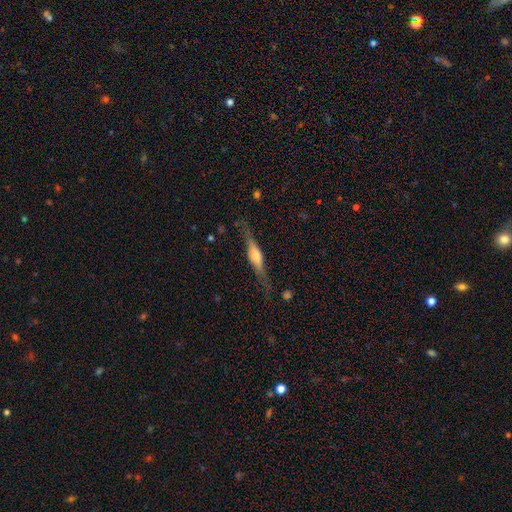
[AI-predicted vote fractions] The model was most divided on "smooth or featured": featured or disk: 63%, smooth: 30%, star or artifact: 6%. More confident: edge-on disk — yes (93%); edge-on bulge — rounded (80%); merging — none (74%).